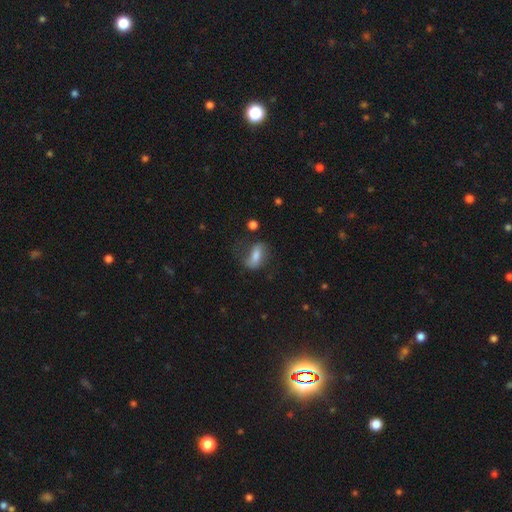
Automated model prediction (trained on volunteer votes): This appears to be a smooth galaxy with no disk features (56%) that is in between round and cigar-shaped (81%). Merging: none (50%).